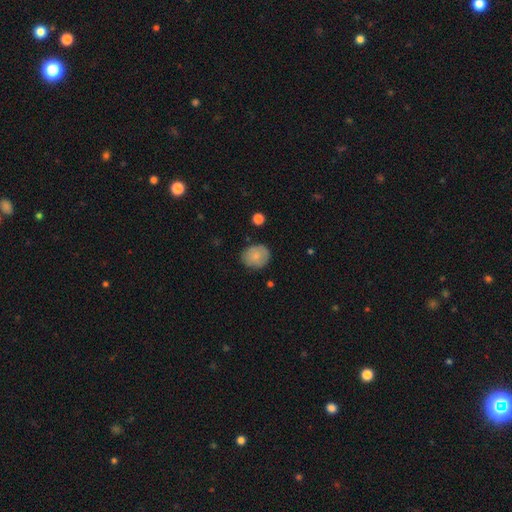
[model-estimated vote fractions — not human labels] A smooth galaxy with no disk features (80%) that is round (67%). Merging: none (80%).